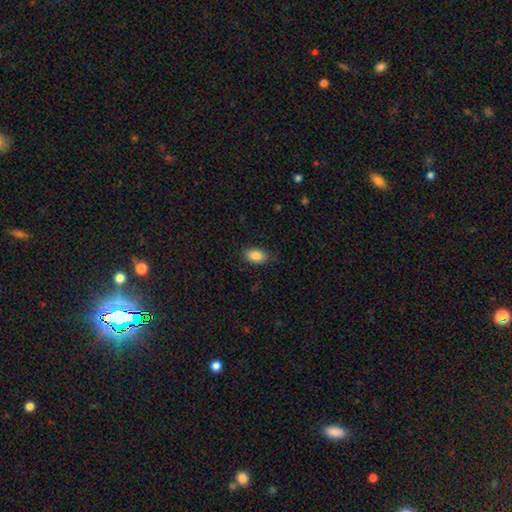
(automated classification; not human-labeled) The model was most divided on "merging": none: 81%, minor disturbance: 15%, major disturbance: 3%, merger: 1%. More confident: how rounded — in between (91%); smooth or featured — smooth (87%).